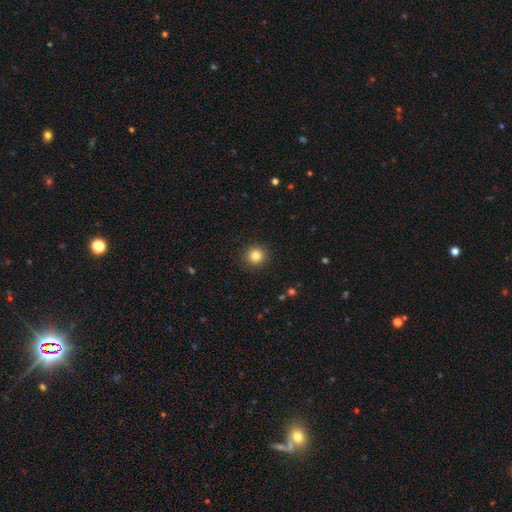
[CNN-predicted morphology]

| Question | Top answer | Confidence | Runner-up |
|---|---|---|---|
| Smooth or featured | smooth | 84% | star or artifact (11%) |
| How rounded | round | 94% | in between (5%) |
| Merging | none | 91% | minor disturbance (6%) |